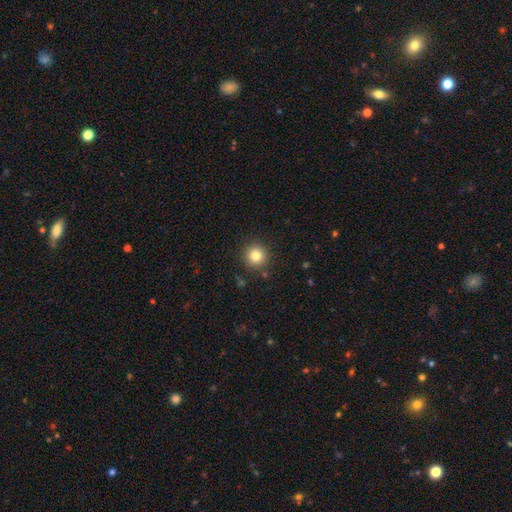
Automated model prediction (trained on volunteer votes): Q: Smooth or featured?
A: smooth (82%); runner-up: star or artifact (11%)
Q: How rounded?
A: round (95%); runner-up: in between (5%)
Q: Merging?
A: none (89%); runner-up: minor disturbance (7%)